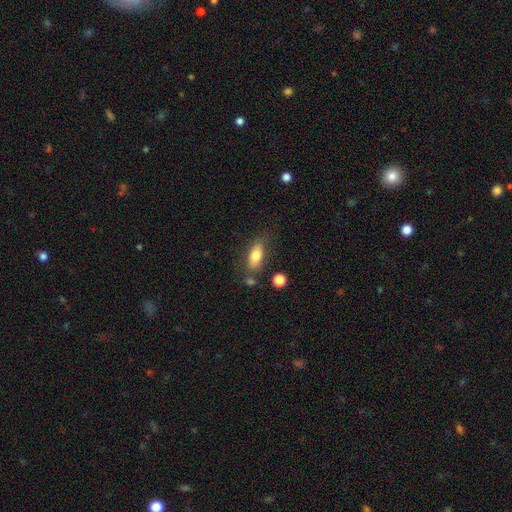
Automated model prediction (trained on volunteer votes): Smooth or featured?
  - smooth: 77% *
  - featured or disk: 16%
  - star or artifact: 7%
How rounded?
  - in between: 81% *
  - cigar-shaped: 14%
  - round: 5%
Merging?
  - none: 69% *
  - minor disturbance: 19%
  - merger: 6%
  - major disturbance: 6%